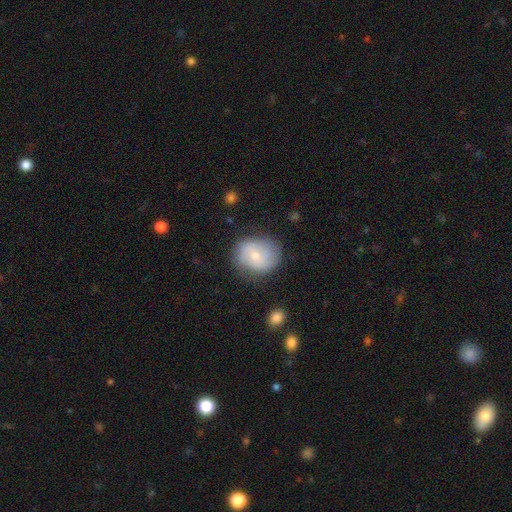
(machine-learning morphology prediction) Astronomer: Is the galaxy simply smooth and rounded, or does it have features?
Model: smooth — 55% (runner-up: featured or disk, 38%).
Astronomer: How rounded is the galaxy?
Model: round — 60% (runner-up: in between, 39%).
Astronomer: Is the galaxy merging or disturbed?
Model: none — 71%.